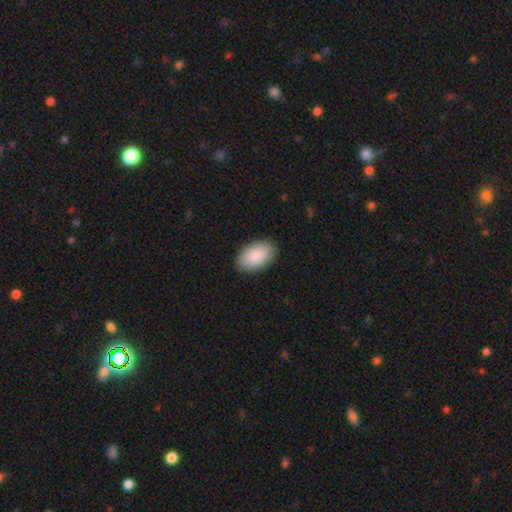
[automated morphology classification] smooth-or-featured: smooth: 90% | star or artifact: 5% | featured or disk: 4%
  how-rounded: in between: 95% | round: 4% | cigar-shaped: 1%
  merging: none: 88% | minor disturbance: 9% | major disturbance: 2% | merger: 1%